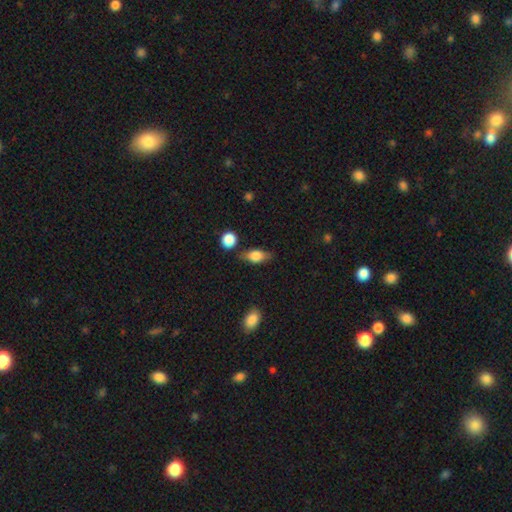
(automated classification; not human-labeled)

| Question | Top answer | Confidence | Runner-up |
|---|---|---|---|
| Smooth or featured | smooth | 70% | featured or disk (22%) |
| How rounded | in between | 79% | cigar-shaped (12%) |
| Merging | none | 74% | minor disturbance (17%) |